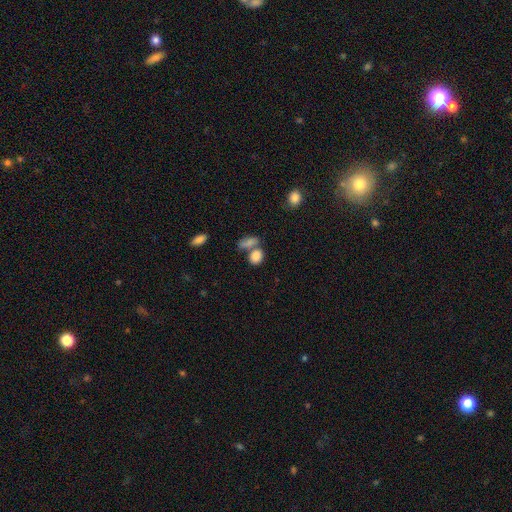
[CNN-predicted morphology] This appears to be a smooth galaxy with no disk features (85%) that is in between round and cigar-shaped (65%). Merging: none (43%).